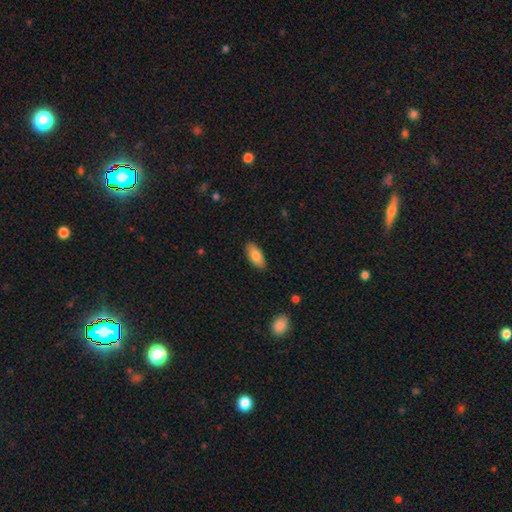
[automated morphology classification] The model was most divided on "smooth or featured": smooth: 82%, featured or disk: 11%, star or artifact: 6%. More confident: how rounded — in between (87%); merging — none (86%).